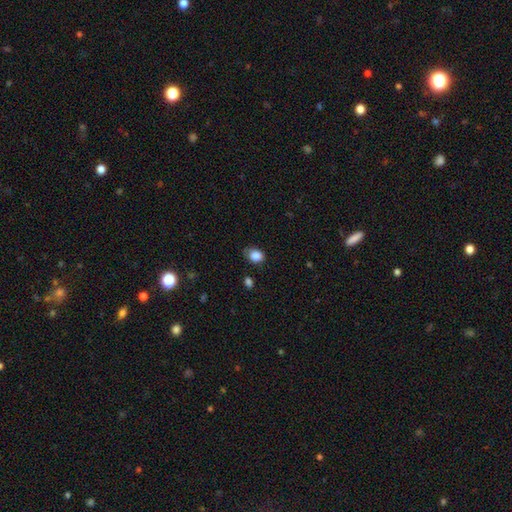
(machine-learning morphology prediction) Overall: smooth (86%). How rounded: in between (60%; round 39%). Merging: none (66%; minor disturbance 27%).